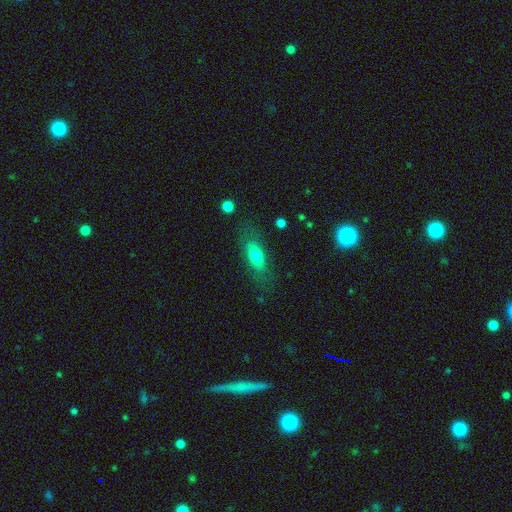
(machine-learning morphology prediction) A smooth galaxy with no disk features (70%) that is in between round and cigar-shaped (73%).

Vote fractions:
- Smooth or featured? smooth: 70% / featured or disk: 22% / star or artifact: 8%
- How rounded? in between: 73% / cigar-shaped: 23% / round: 5%
- Merging? none: 72% / minor disturbance: 17% / major disturbance: 8% / merger: 2%